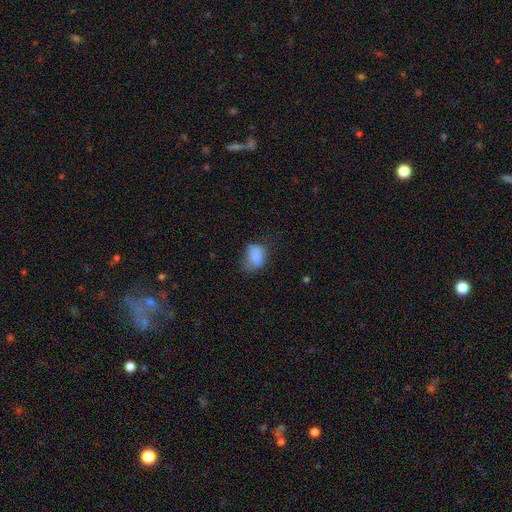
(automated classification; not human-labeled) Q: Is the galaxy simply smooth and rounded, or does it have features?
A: smooth — 79%.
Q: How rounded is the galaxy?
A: in between — 75%.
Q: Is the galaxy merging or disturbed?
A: none — 40%.